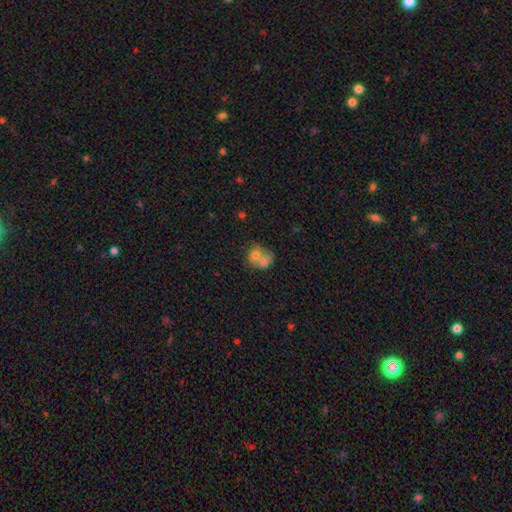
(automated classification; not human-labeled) smooth-or-featured: smooth: 70% | featured or disk: 21% | star or artifact: 9%
  how-rounded: round: 64% | in between: 35% | cigar-shaped: 1%
  merging: merger: 72% | none: 18% | minor disturbance: 6% | major disturbance: 4%